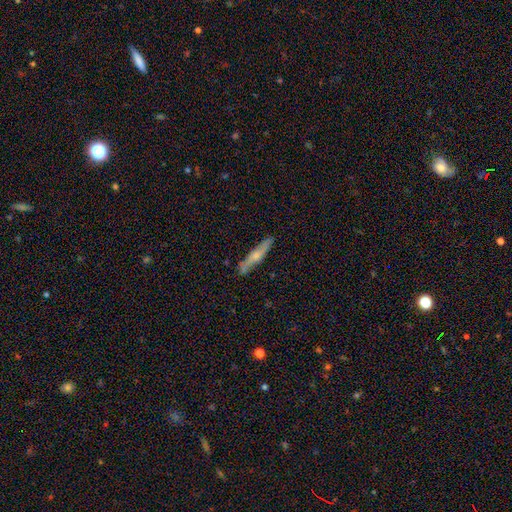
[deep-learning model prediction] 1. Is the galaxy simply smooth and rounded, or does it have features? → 48% smooth, 47% featured or disk, 6% star or artifact.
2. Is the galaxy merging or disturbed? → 83% none, 13% minor disturbance, 2% major disturbance, 2% merger.